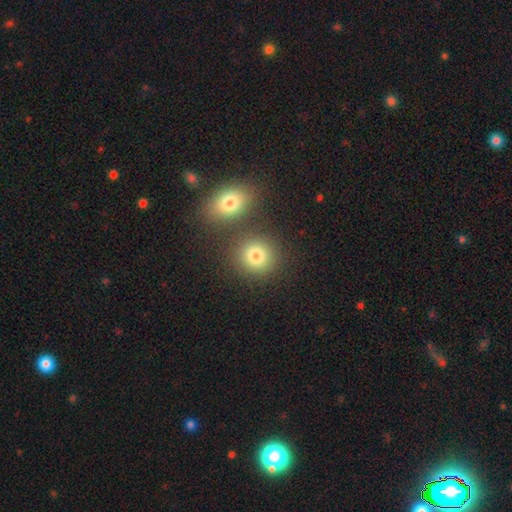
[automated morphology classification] This is clearly a smooth galaxy (81%). How rounded: clearly round (83%). Merging: likely none (74%).